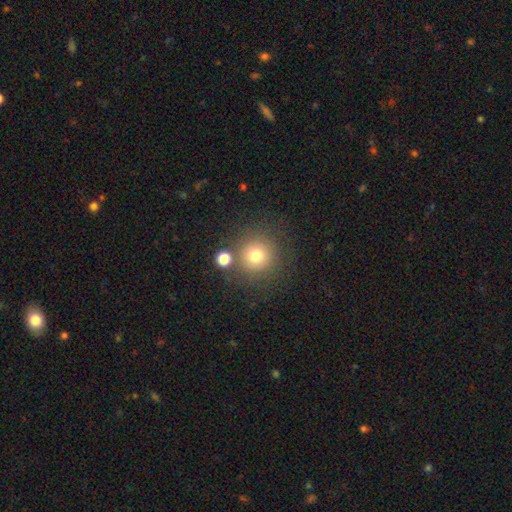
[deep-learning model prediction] A smooth galaxy with no disk features (76%) that is round (94%). Merging: none (77%).